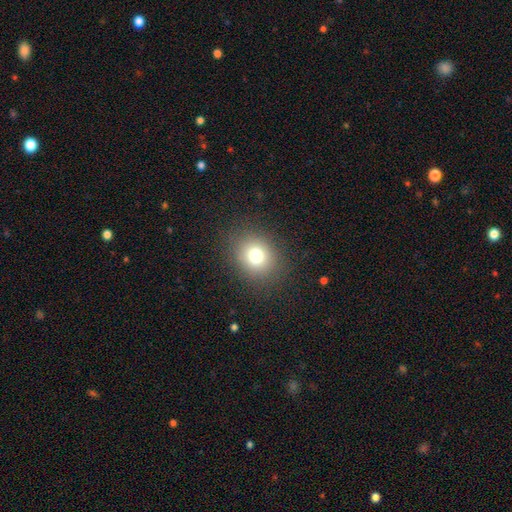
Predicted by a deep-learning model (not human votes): Smooth or featured? smooth (76%)
How rounded? round (70%)
Merging? none (87%)